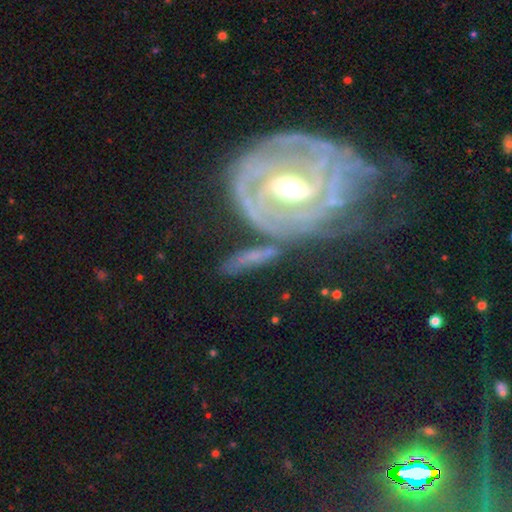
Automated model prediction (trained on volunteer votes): Smooth or featured: featured or disk — 78% (smooth — 14%)
Edge-on disk: no — 92% (yes — 8%)
Bar: weak — 39% (no — 31%)
Spiral arms: yes — 81% (no — 19%)
Spiral winding: tight — 68% (medium — 24%)
Spiral arm count: can't tell — 35% (2 — 28%)
Bulge size: moderate — 72% (small — 17%)
Merging: none — 54% (minor disturbance — 21%)